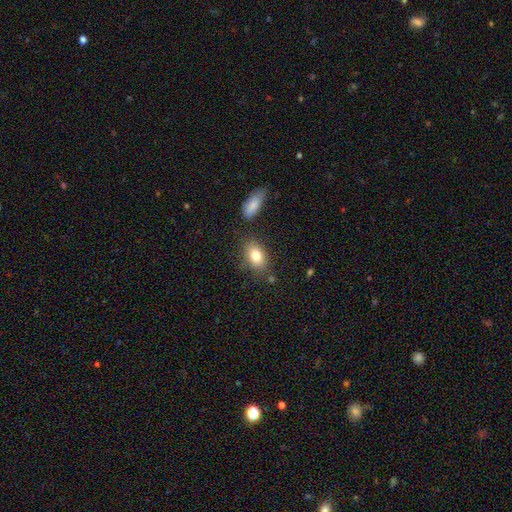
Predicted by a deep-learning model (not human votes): Overall: smooth (81%). How rounded: in between (86%). Merging: none (75%).